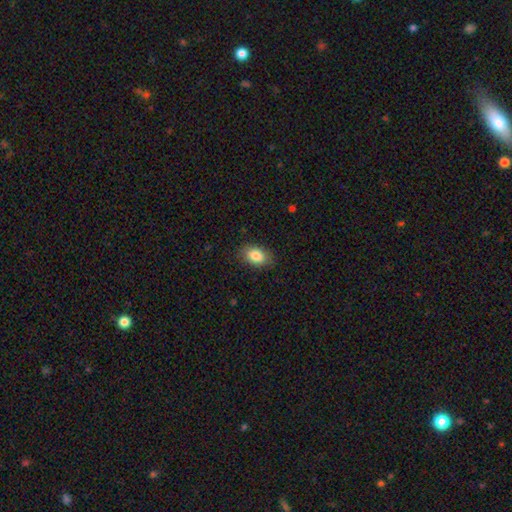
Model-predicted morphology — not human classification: A smooth galaxy with no disk features (86%) that is in between round and cigar-shaped (86%).

Vote fractions:
- Smooth or featured? smooth: 86% / star or artifact: 8% / featured or disk: 7%
- How rounded? in between: 86% / round: 13% / cigar-shaped: 1%
- Merging? none: 85% / minor disturbance: 12% / major disturbance: 3% / merger: 1%